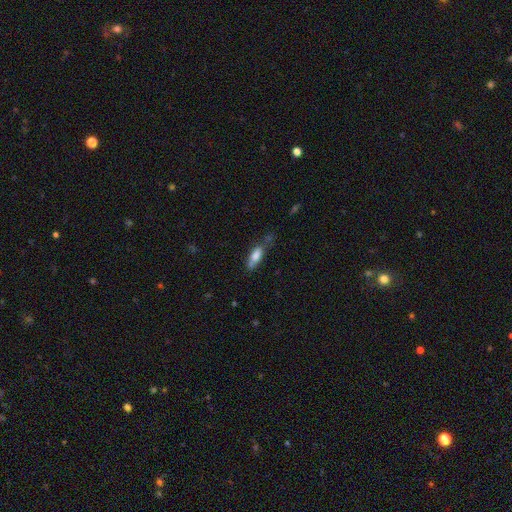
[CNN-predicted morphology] Smooth or featured? Predicted: smooth (p=0.74). How rounded? Predicted: in between (p=0.62). Merging? Predicted: none (p=0.49).